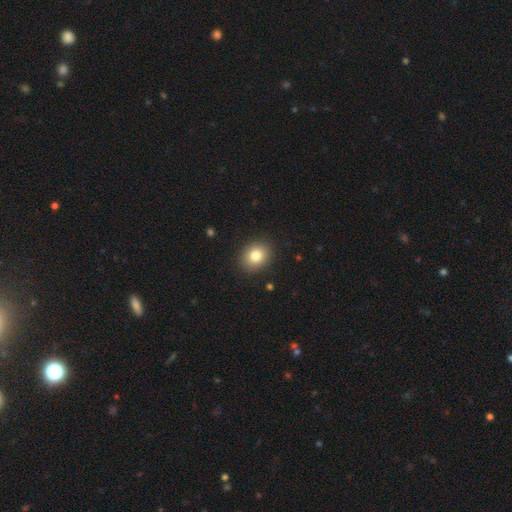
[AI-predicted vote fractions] A smooth galaxy with no disk features (81%) that is round (61%).

Vote fractions:
- Smooth or featured? smooth: 81% / star or artifact: 10% / featured or disk: 9%
- How rounded? round: 61% / in between: 38% / cigar-shaped: 1%
- Merging? none: 90% / minor disturbance: 7% / major disturbance: 2% / merger: 1%